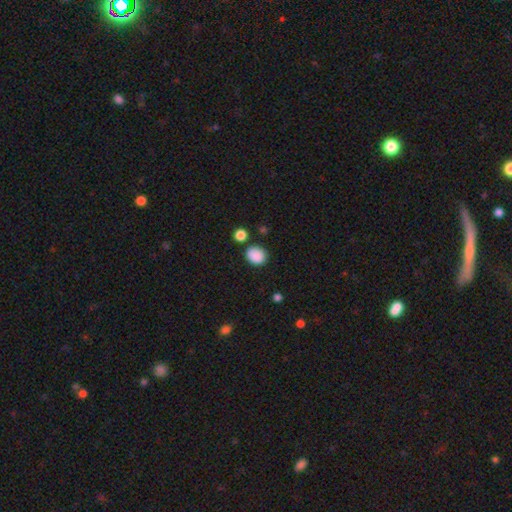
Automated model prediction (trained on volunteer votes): Overall: smooth (88%). How rounded: round (63%; in between 36%). Merging: none (79%).